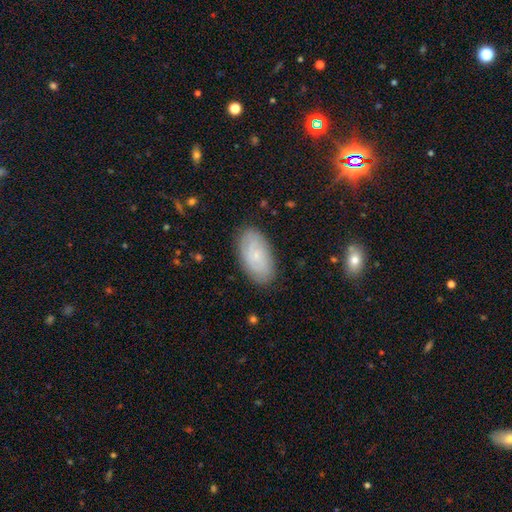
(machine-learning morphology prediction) Q: Smooth or featured?
A: featured or disk (48%); runner-up: smooth (43%)
Q: Merging?
A: none (83%); runner-up: minor disturbance (13%)